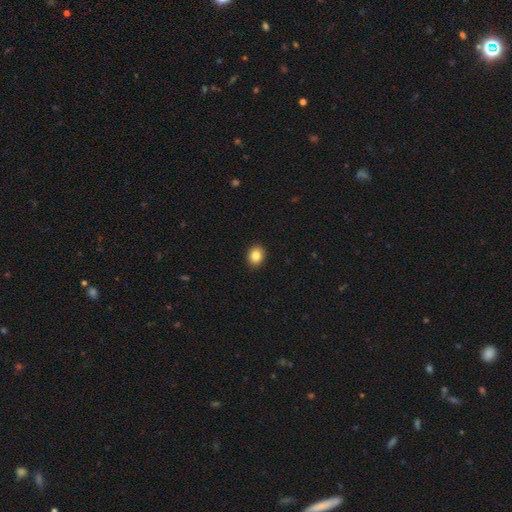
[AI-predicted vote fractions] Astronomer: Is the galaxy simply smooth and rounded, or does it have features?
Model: smooth — 85%.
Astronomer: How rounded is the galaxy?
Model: round — 55% (runner-up: in between, 44%).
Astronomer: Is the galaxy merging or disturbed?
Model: none — 91%.